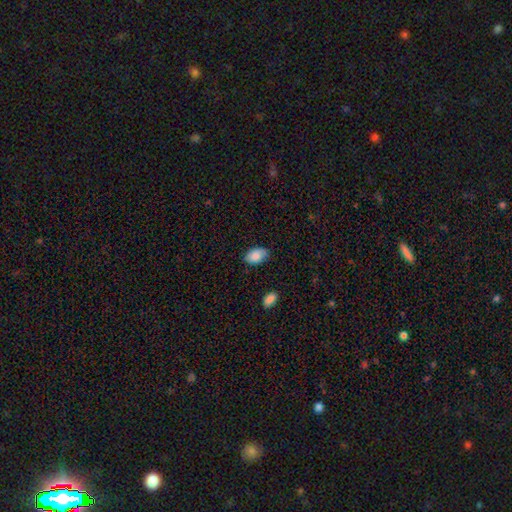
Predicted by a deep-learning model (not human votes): Smooth or featured? smooth (86%)
How rounded? in between (91%)
Merging? none (78%)